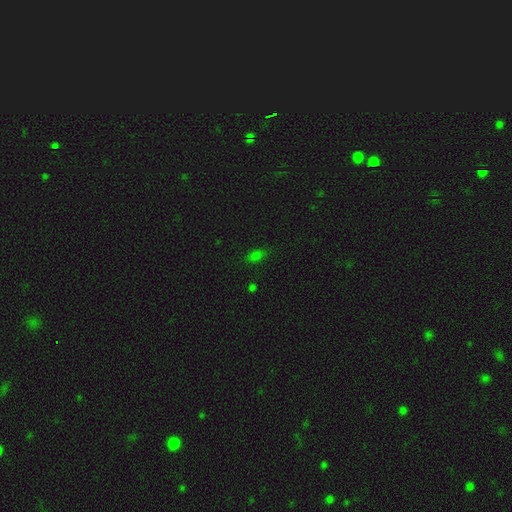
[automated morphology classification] smooth_or_featured: smooth (p=0.72) [alt: star or artifact p=0.21]
how_rounded: in between (p=0.83) [alt: round p=0.09]
merging: none (p=0.80) [alt: minor disturbance p=0.15]